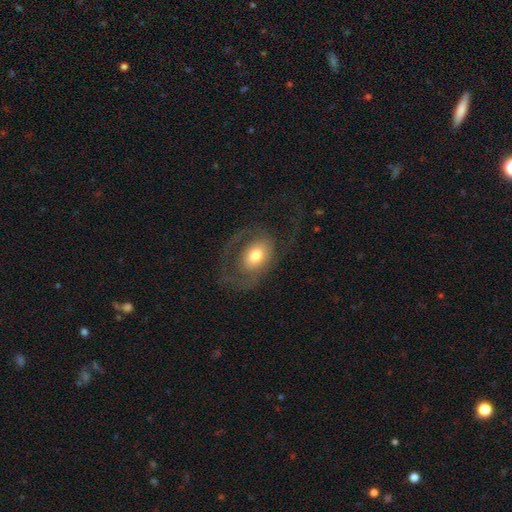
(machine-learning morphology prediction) smooth_or_featured: featured or disk (p=0.59) [alt: smooth p=0.34]
disk_edge_on: no (p=0.95) [alt: yes p=0.05]
bar: no (p=0.70) [alt: weak p=0.22]
has_spiral_arms: yes (p=0.74) [alt: no p=0.26]
bulge_size: moderate (p=0.64) [alt: large p=0.18]
merging: none (p=0.45) [alt: major disturbance p=0.37]